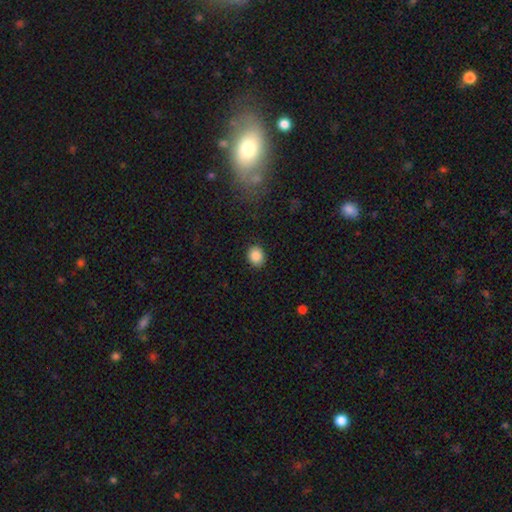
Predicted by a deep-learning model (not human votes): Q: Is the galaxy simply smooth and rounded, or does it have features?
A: smooth — 87%.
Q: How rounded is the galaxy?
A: round — 58%.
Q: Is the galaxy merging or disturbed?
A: none — 88%.